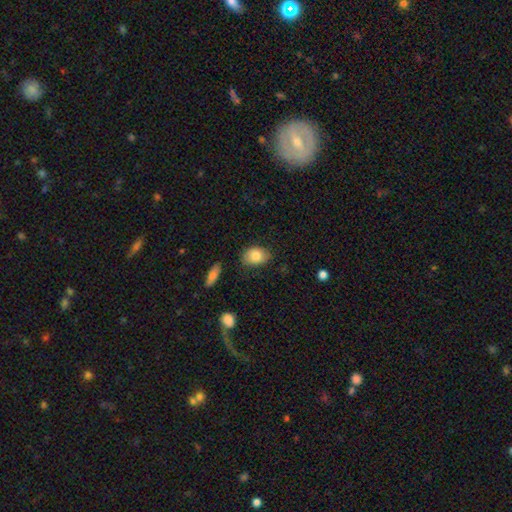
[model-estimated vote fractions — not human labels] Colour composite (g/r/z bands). It shows a smooth galaxy with no disk features (81%) that is in between round and cigar-shaped (73%). Merging: none (74%).